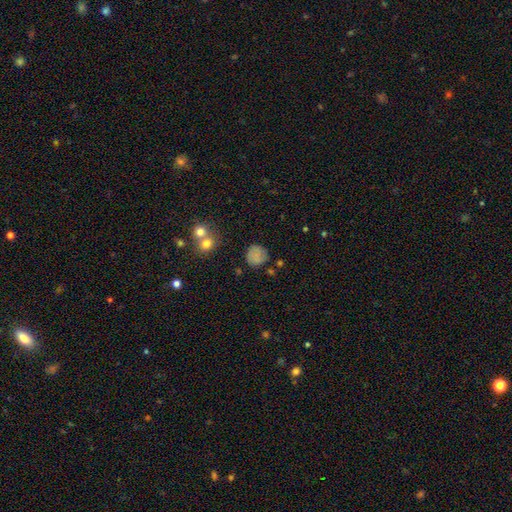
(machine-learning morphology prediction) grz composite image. It shows a smooth galaxy with no disk features (78%) that is round (88%). Merging: none (73%).